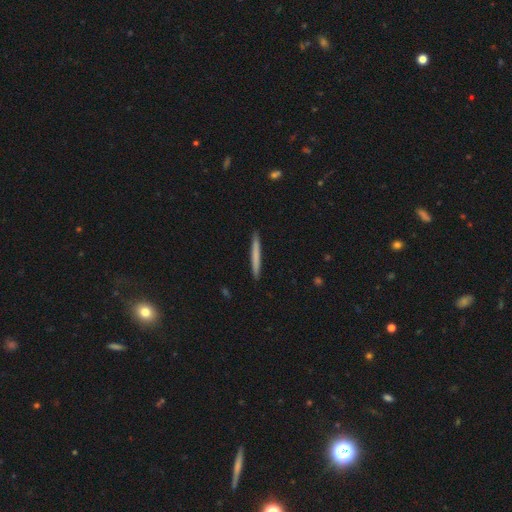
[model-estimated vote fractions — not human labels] smooth-or-featured: smooth: 70% | featured or disk: 25% | star or artifact: 5%
  how-rounded: cigar-shaped: 97% | in between: 2% | round: 1%
  merging: none: 92% | minor disturbance: 6% | major disturbance: 1% | merger: 1%